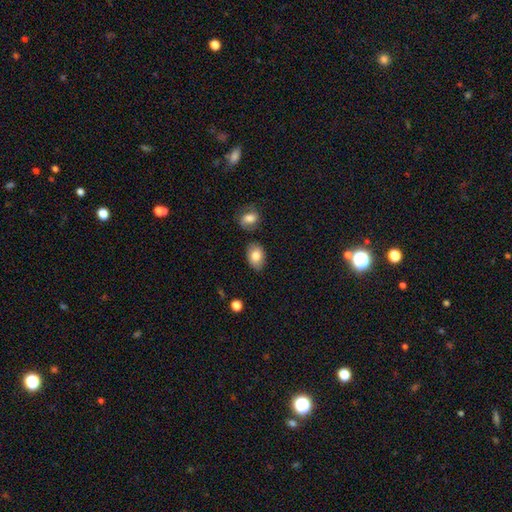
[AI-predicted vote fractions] Smooth or featured? smooth (80%)
How rounded? in between (84%)
Merging? none (77%)